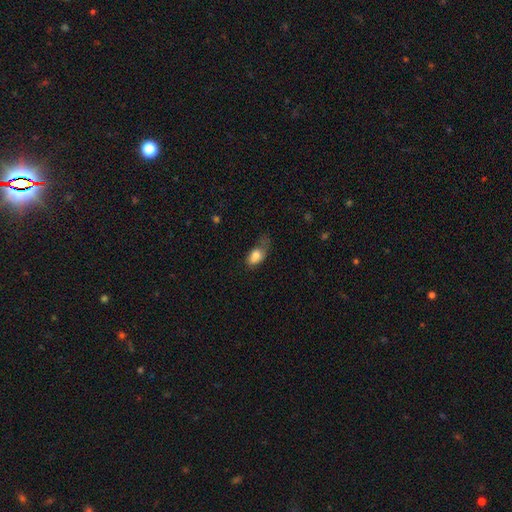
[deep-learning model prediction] Smooth or featured? Predicted: smooth (p=0.79). How rounded? Predicted: in between (p=0.89). Merging? Predicted: major disturbance (p=0.39).